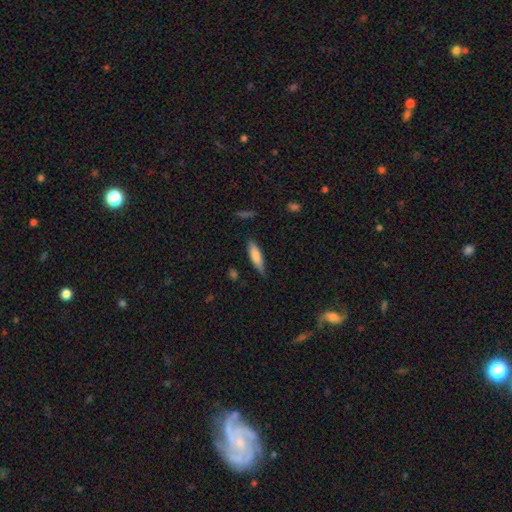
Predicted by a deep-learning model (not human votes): Morphology: type=smooth (78%); roundness=cigar-shaped (71%); merging=none (77%).